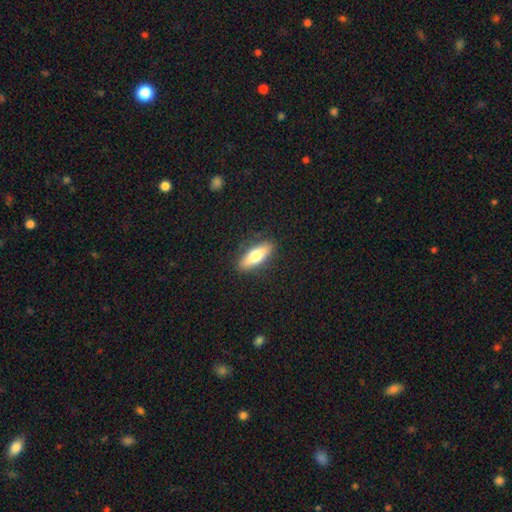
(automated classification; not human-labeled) smooth-or-featured: smooth: 65% | featured or disk: 28% | star or artifact: 6%
  how-rounded: in between: 54% | cigar-shaped: 43% | round: 3%
  merging: none: 88% | minor disturbance: 9% | major disturbance: 2% | merger: 1%